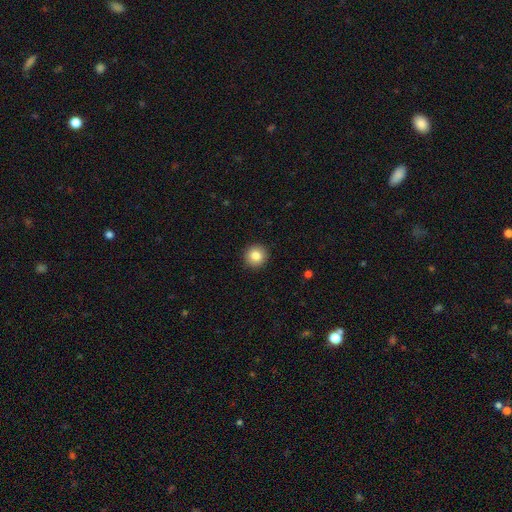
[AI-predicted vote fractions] This appears to be a smooth galaxy with no disk features (84%) that is round (94%). Merging: none (93%).